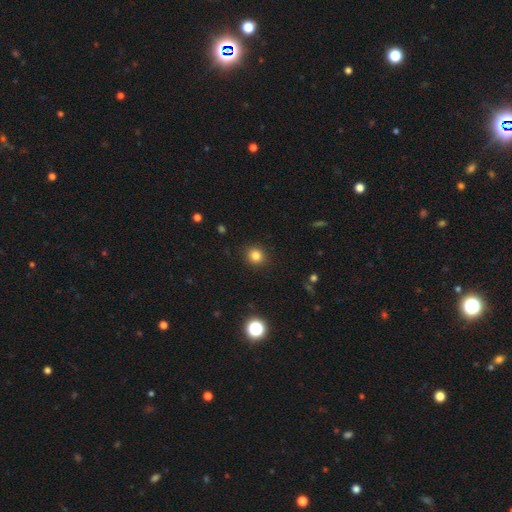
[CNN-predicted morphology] The model was most divided on "smooth or featured": smooth: 83%, star or artifact: 12%, featured or disk: 5%. More confident: merging — none (90%); how rounded — round (85%).